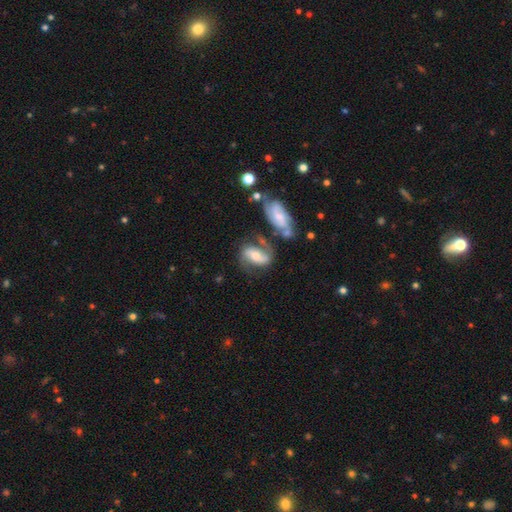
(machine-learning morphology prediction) A featured or disk galaxy (72%) with a strong bar (36%), 2 (86%) medium (45%) spiral arms (91%) and a moderate central bulge (62%).

Vote fractions:
- Smooth or featured? featured or disk: 72% / smooth: 21% / star or artifact: 7%
- Edge-on disk? no: 94% / yes: 6%
- Bar? strong: 36% / weak: 33% / no: 31%
- Spiral arms? yes: 91% / no: 9%
- Spiral winding? medium: 45% / loose: 33% / tight: 22%
- Spiral arm count? 2: 86% / can't tell: 7% / 1: 3% / 3: 2% / 4: 1% / more than 4: 1%
- Bulge size? moderate: 62% / small: 29% / large: 6% / none: 2% / dominant: 1%
- Merging? none: 51% / merger: 20% / minor disturbance: 19% / major disturbance: 11%